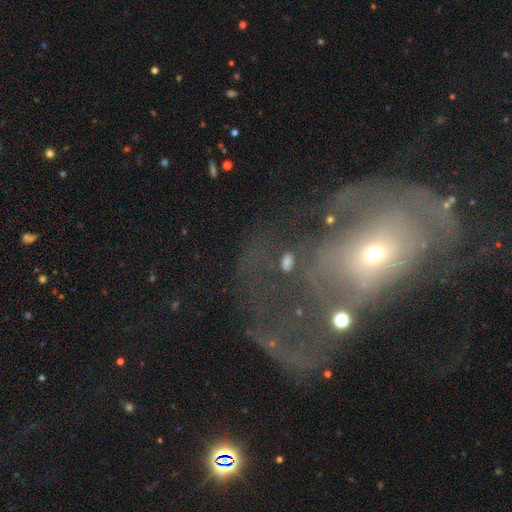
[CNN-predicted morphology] Smooth or featured: featured or disk — 51% (smooth — 28%)
Edge-on disk: no — 94% (yes — 6%)
Merging: major disturbance — 53% (none — 23%)